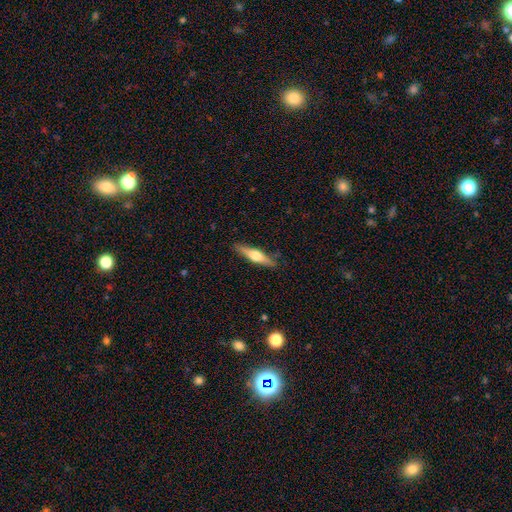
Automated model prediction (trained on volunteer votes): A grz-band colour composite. It shows a featured or disk galaxy (52%) viewed edge-on (95%). Merging: none (87%).